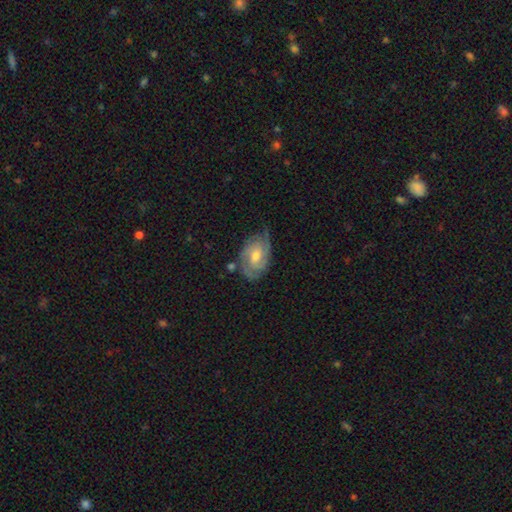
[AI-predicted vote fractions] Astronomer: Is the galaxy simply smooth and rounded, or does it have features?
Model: featured or disk — 76%.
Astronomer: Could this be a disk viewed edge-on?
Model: no — 96%.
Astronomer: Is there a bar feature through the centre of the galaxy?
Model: no — 52% (runner-up: weak, 41%).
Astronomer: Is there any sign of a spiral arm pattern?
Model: yes — 93%.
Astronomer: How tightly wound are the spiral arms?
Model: tight — 59%.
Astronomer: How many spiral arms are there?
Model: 2 — 47% (runner-up: can't tell, 23%).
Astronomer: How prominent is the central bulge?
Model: moderate — 66%.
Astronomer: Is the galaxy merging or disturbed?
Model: none — 67%.